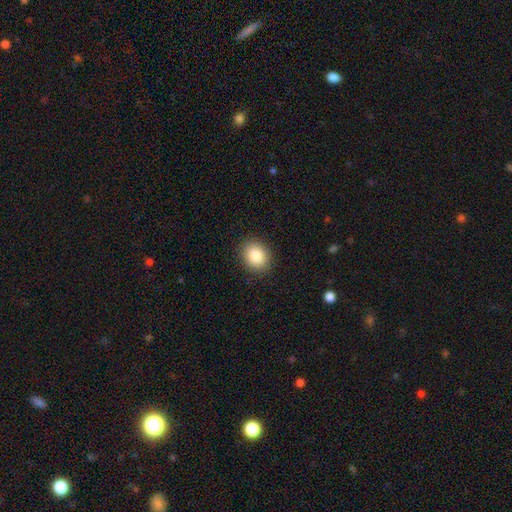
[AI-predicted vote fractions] Smooth or featured: smooth — 87% (star or artifact — 8%)
How rounded: round — 52% (in between — 47%)
Merging: none — 89% (minor disturbance — 8%)